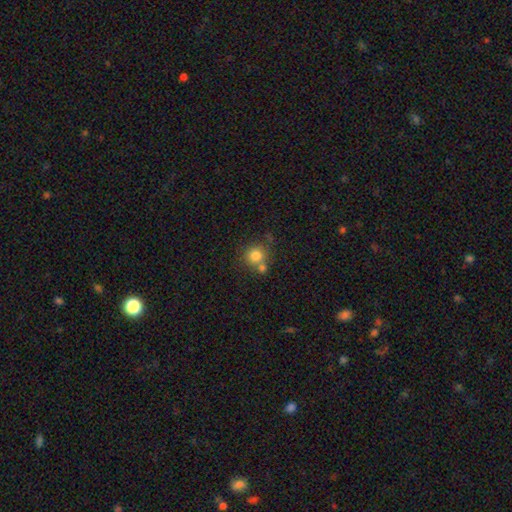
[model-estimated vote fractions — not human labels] Smooth or featured?
  - smooth: 80% *
  - star or artifact: 11%
  - featured or disk: 9%
How rounded?
  - round: 89% *
  - in between: 10%
  - cigar-shaped: 1%
Merging?
  - none: 55% *
  - merger: 31%
  - minor disturbance: 10%
  - major disturbance: 4%